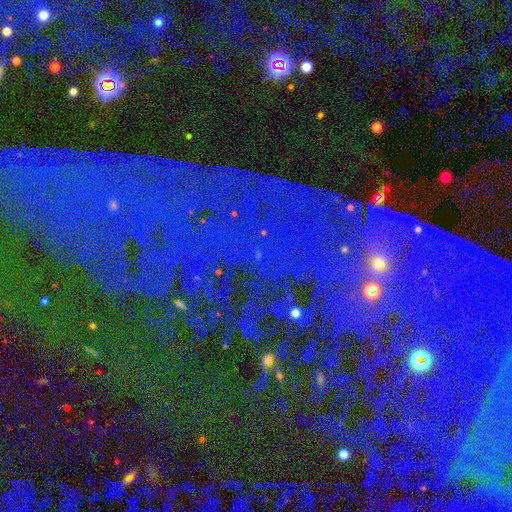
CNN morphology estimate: Smooth or featured?
  - star or artifact: 83% *
  - featured or disk: 9%
  - smooth: 8%